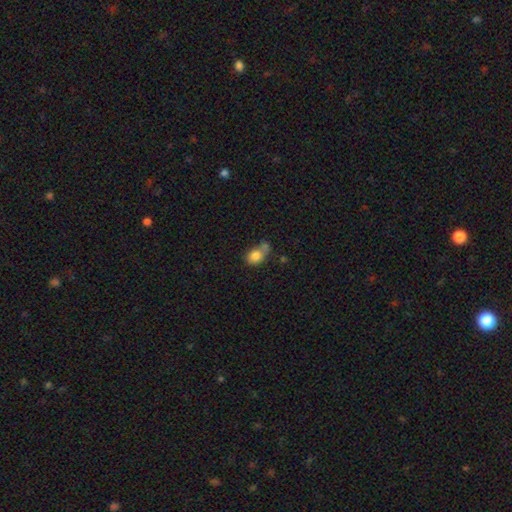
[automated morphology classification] smooth 81%, star or artifact 9%, featured or disk 9%. Down the decision tree: how rounded — in between (55%); merging — merger (36%).